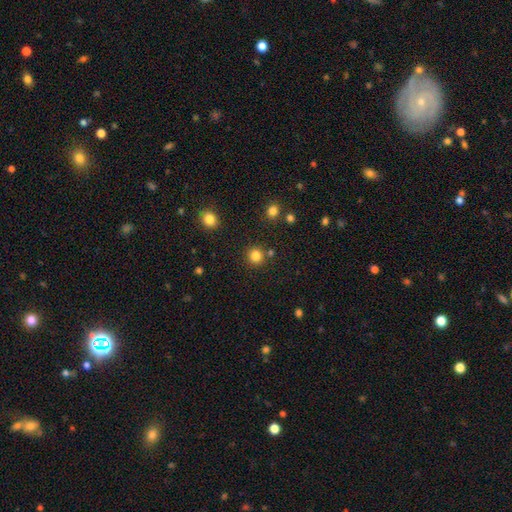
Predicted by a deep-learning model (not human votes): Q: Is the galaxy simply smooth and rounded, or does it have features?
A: smooth — 83%.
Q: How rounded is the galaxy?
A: round — 92%.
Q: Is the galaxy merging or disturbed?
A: none — 85%.